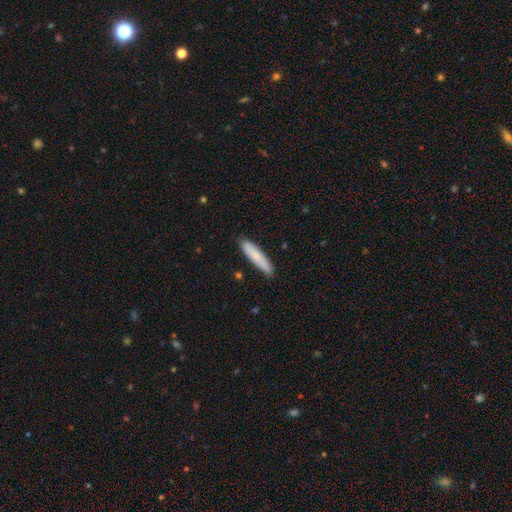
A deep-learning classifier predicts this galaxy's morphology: Q: Smooth or featured?
A: smooth (80%); runner-up: featured or disk (14%)
Q: How rounded?
A: cigar-shaped (84%); runner-up: in between (14%)
Q: Merging?
A: none (87%); runner-up: minor disturbance (10%)